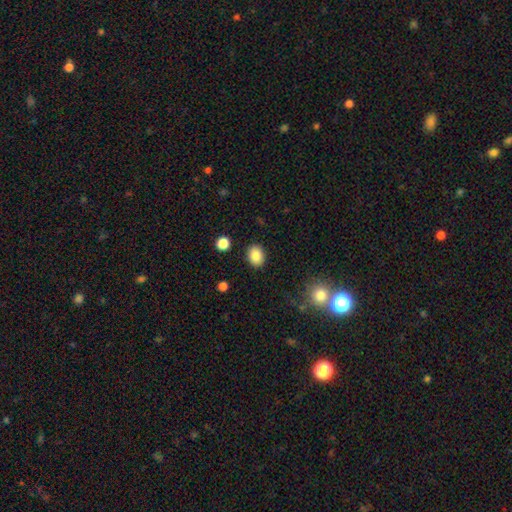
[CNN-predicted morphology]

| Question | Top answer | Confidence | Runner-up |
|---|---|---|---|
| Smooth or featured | smooth | 86% | star or artifact (9%) |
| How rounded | in between | 58% | round (41%) |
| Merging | none | 88% | minor disturbance (8%) |